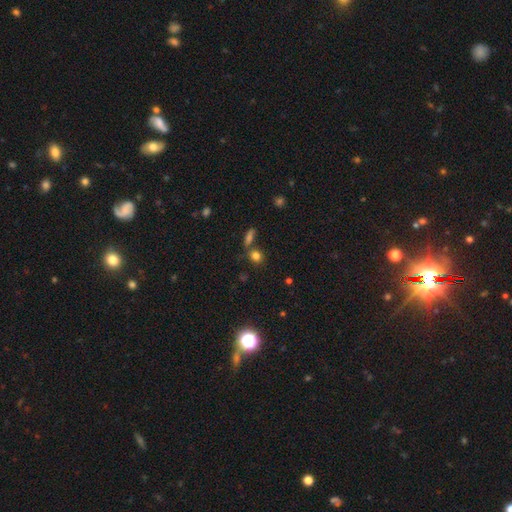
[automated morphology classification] A smooth galaxy with no disk features (78%) that is round (69%).

Vote fractions:
- Smooth or featured? smooth: 78% / star or artifact: 15% / featured or disk: 7%
- How rounded? round: 69% / in between: 27% / cigar-shaped: 4%
- Merging? none: 67% / merger: 17% / minor disturbance: 11% / major disturbance: 4%